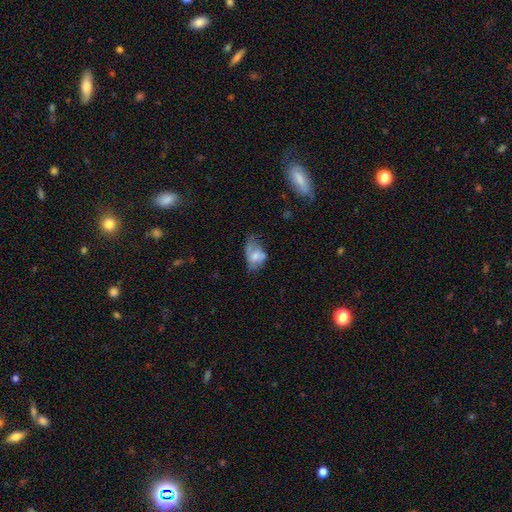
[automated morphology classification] This is possibly a smooth galaxy (53%). How rounded: clearly in between (87%). Merging: marginally minor disturbance (34%, tied with none).